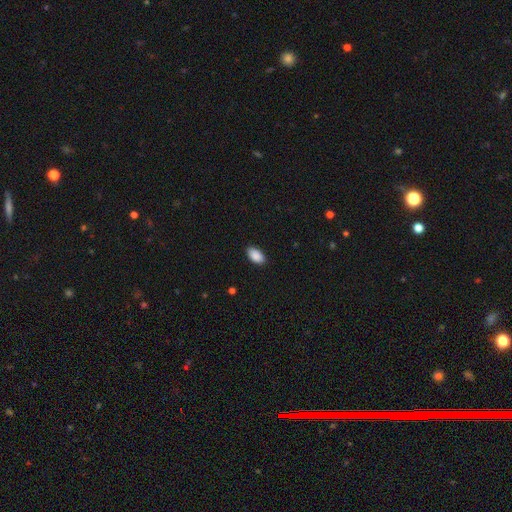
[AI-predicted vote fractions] smooth 90%, star or artifact 7%, featured or disk 3%. Down the decision tree: how rounded — in between (95%); merging — none (88%).